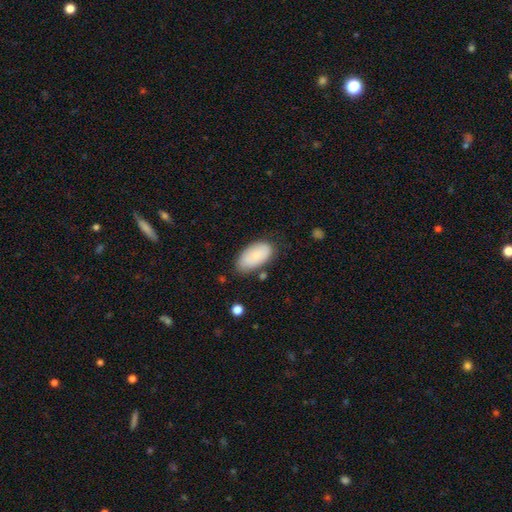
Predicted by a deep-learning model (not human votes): smooth_or_featured: smooth (p=0.80) [alt: featured or disk p=0.13]
how_rounded: in between (p=0.95) [alt: round p=0.03]
merging: none (p=0.72) [alt: minor disturbance p=0.21]